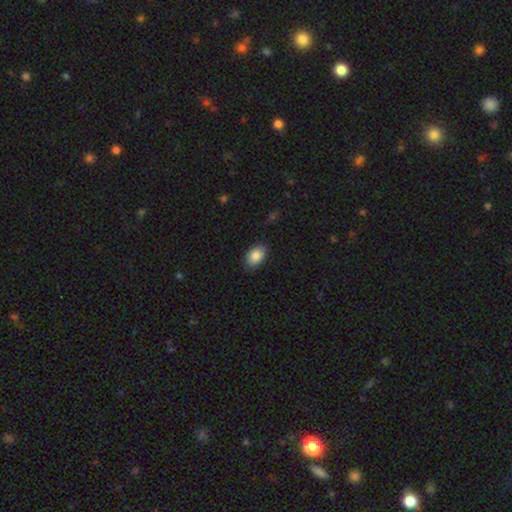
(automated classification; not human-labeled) The model was most divided on "how rounded": in between: 87%, round: 11%, cigar-shaped: 1%. More confident: smooth or featured — smooth (88%); merging — none (87%).